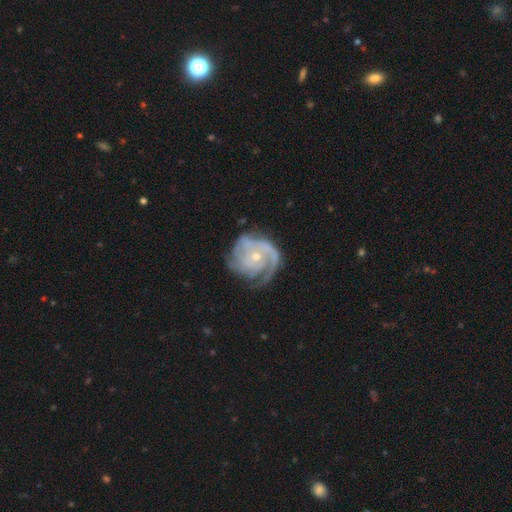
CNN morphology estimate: type=featured or disk (88%); edge-on=no (98%); bar=no (78%); spiral arms=yes (97%); winding=tight (65%); arm count=3 (33%); bulge=small (63%); merging=none (65%).